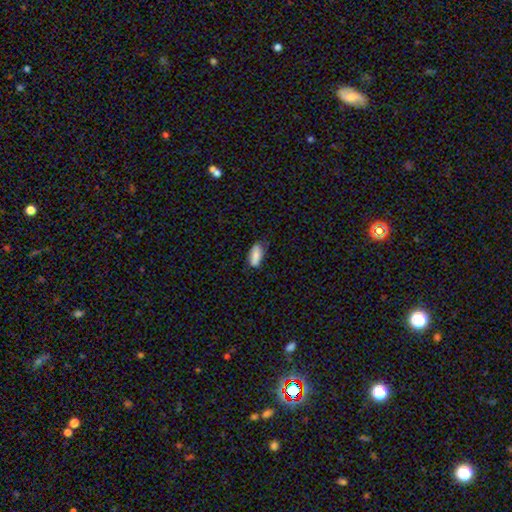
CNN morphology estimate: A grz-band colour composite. It shows a smooth galaxy with no disk features (83%) that is in between round and cigar-shaped (83%). Merging: none (58%).